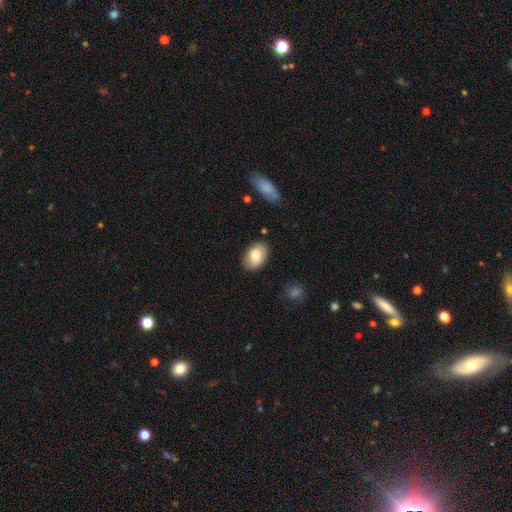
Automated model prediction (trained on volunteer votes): Morphology: type=smooth (80%); roundness=in between (90%); merging=none (82%).